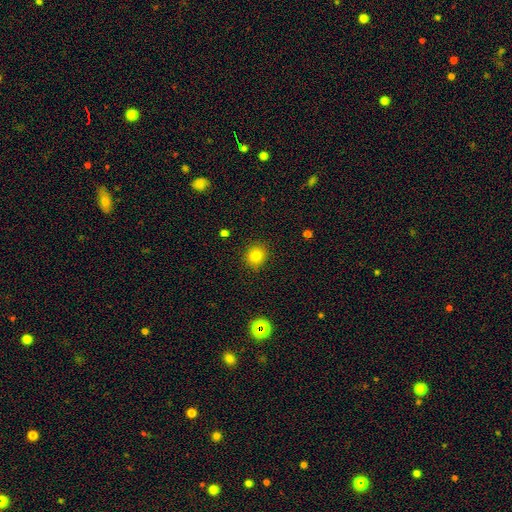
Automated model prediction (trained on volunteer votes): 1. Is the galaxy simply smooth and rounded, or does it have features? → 80% smooth, 14% star or artifact, 7% featured or disk.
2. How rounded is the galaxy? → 84% round, 15% in between, 1% cigar-shaped.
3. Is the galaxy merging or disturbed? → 89% none, 7% minor disturbance, 2% major disturbance, 1% merger.